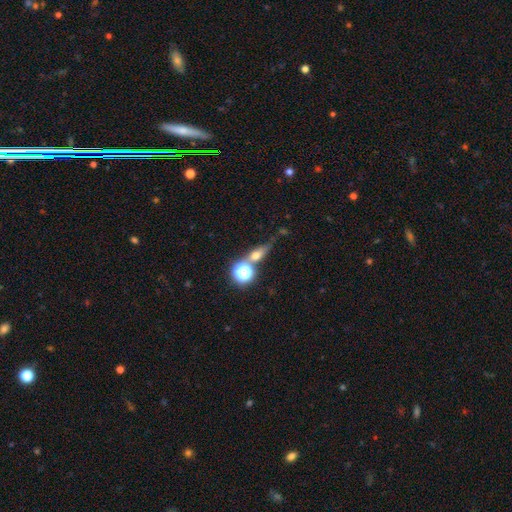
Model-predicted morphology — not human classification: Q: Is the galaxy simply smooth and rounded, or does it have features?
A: smooth — 54%.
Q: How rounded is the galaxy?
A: round — 41%.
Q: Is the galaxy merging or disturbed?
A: none — 54%.